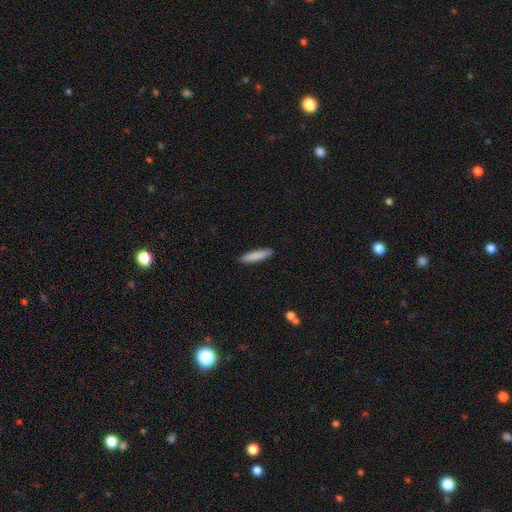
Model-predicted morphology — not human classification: This is clearly a smooth galaxy (86%). How rounded: clearly cigar-shaped (83%). Merging: clearly none (90%).